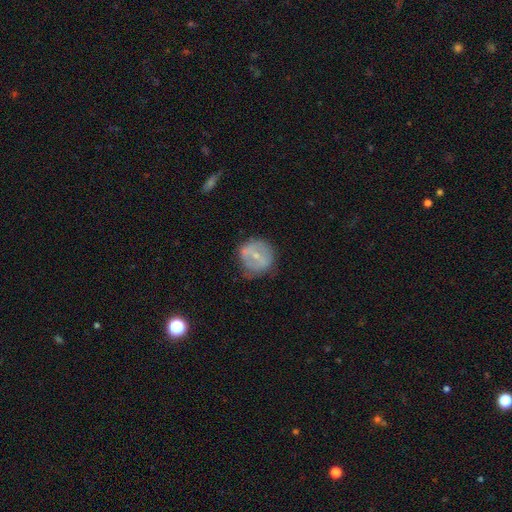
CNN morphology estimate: type=featured or disk (50%); merging=none (65%).